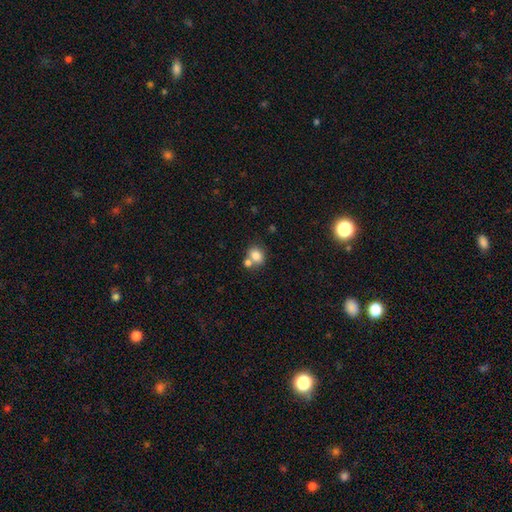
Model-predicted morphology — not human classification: Overall: smooth (81%). How rounded: round (51%; in between 48%). Merging: none (49%; merger 36%).